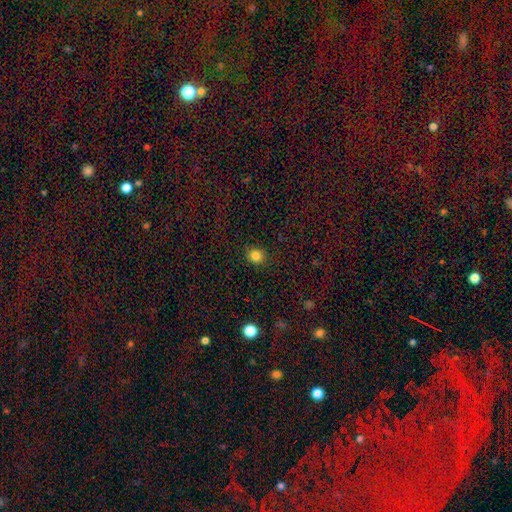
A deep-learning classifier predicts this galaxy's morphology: smooth 84%, star or artifact 12%, featured or disk 4%. Down the decision tree: how rounded — round (83%); merging — none (89%).